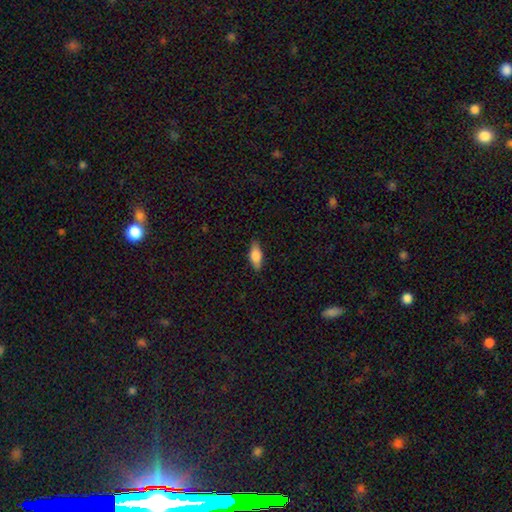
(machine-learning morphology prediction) A smooth galaxy with no disk features (75%) that is in between round and cigar-shaped (74%). Merging: none (87%).